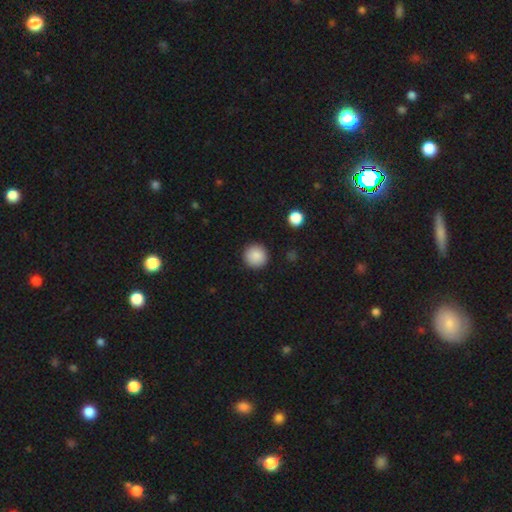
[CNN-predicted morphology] smooth 88%, star or artifact 8%, featured or disk 4%. Down the decision tree: how rounded — round (95%); merging — none (92%).